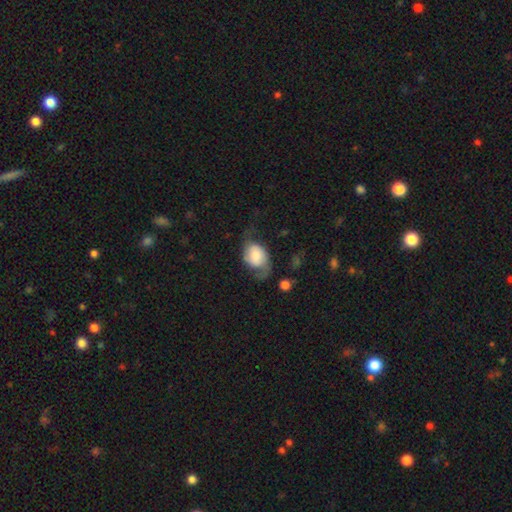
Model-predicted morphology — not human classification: A featured or disk galaxy (50%).

Vote fractions:
- Smooth or featured? featured or disk: 50% / smooth: 43% / star or artifact: 7%
- Edge-on disk? no: 96% / yes: 4%
- Merging? none: 41% / major disturbance: 29% / minor disturbance: 27% / merger: 3%